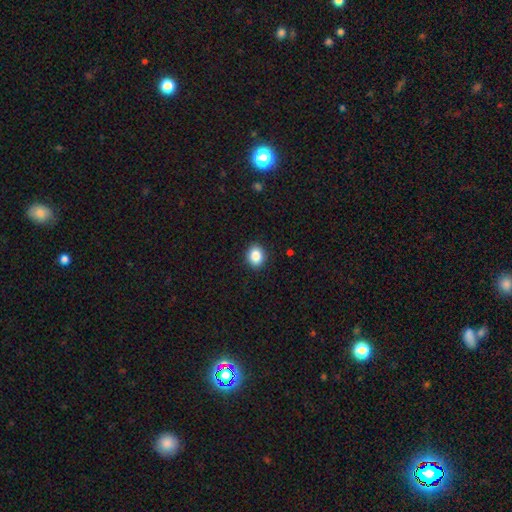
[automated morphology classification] type=smooth (86%); roundness=round (51%); merging=none (90%).